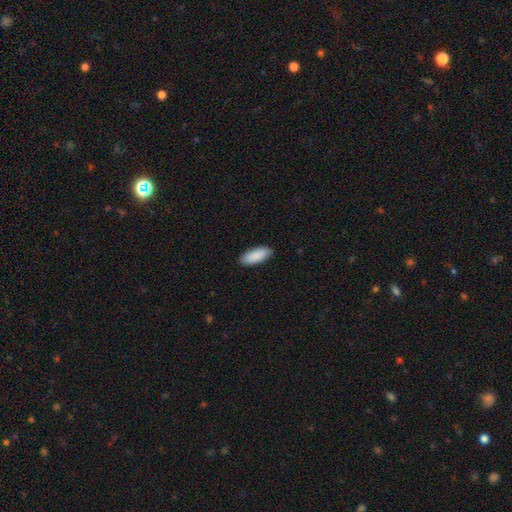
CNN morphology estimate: The model was most divided on "how rounded": in between: 80%, cigar-shaped: 18%, round: 2%. More confident: smooth or featured — smooth (91%); merging — none (89%).